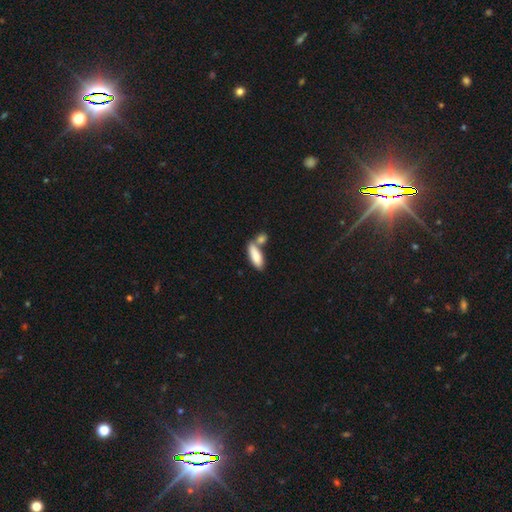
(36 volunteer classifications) smooth-or-featured: smooth: 89% | featured or disk: 6% | star or artifact: 6%
  how-rounded: in between: 75% | cigar-shaped: 22% | round: 3%
  merging: none: 50% (tied) | merger: 50% (tied) | minor disturbance: 0% | major disturbance: 0%